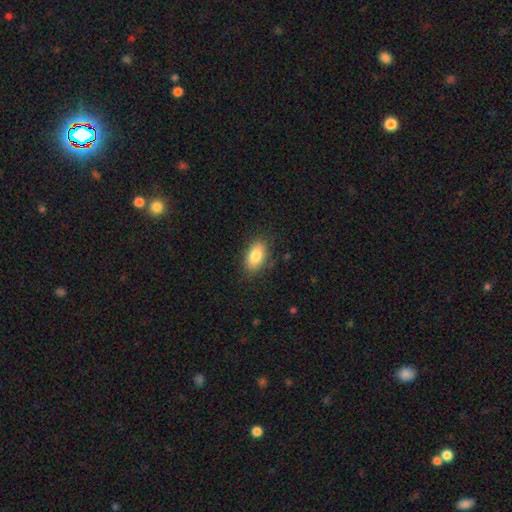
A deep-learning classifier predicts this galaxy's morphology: Q: Smooth or featured?
A: smooth (83%); runner-up: featured or disk (10%)
Q: How rounded?
A: in between (91%); runner-up: round (6%)
Q: Merging?
A: none (85%); runner-up: minor disturbance (11%)